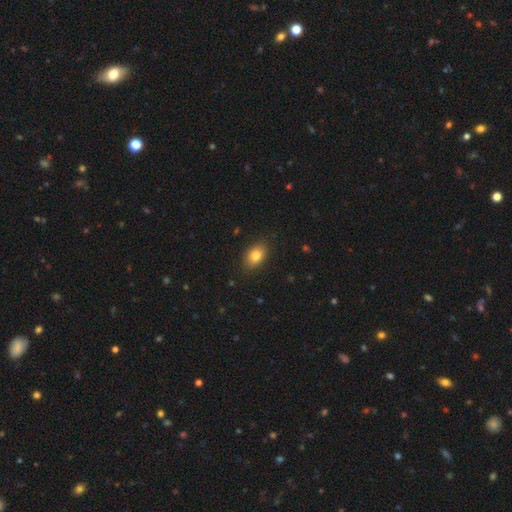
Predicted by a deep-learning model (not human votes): Smooth or featured? Predicted: smooth (p=0.82). How rounded? Predicted: in between (p=0.82). Merging? Predicted: none (p=0.87).